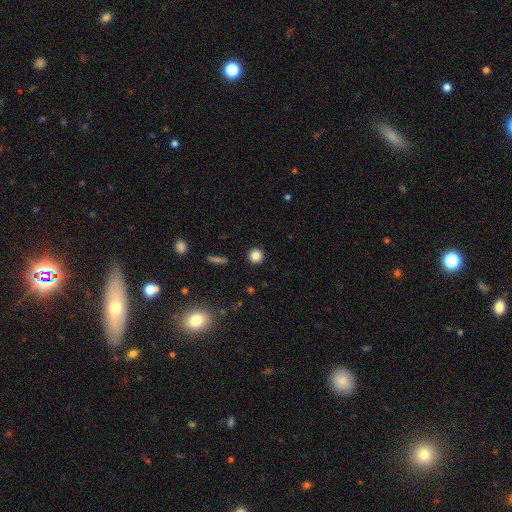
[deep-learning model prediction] Overall: smooth (84%). How rounded: round (94%). Merging: none (92%).